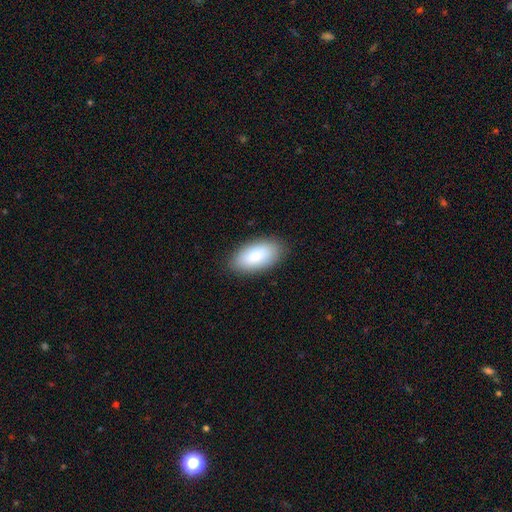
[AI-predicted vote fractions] A smooth galaxy with no disk features (87%) that is in between round and cigar-shaped (94%).

Vote fractions:
- Smooth or featured? smooth: 87% / featured or disk: 7% / star or artifact: 6%
- How rounded? in between: 94% / cigar-shaped: 3% / round: 2%
- Merging? none: 88% / minor disturbance: 9% / major disturbance: 2% / merger: 1%